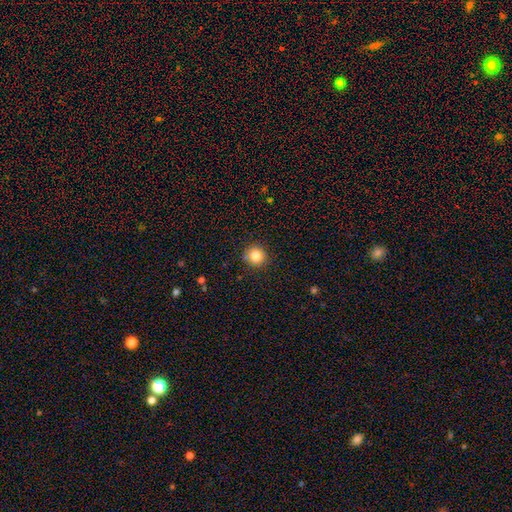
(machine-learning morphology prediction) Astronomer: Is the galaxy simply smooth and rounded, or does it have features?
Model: smooth — 83%.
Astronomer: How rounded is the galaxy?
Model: round — 94%.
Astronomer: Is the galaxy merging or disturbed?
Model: none — 89%.